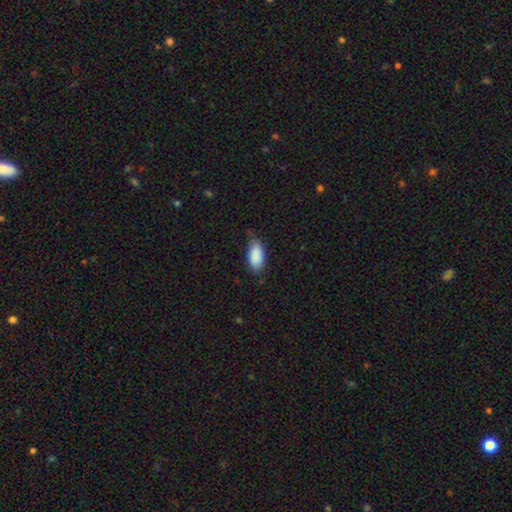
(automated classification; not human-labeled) This appears to be a smooth galaxy with no disk features (89%) that is in between round and cigar-shaped (93%). Merging: none (69%).